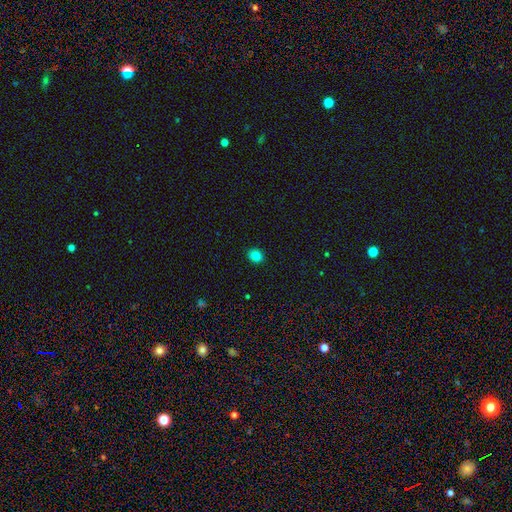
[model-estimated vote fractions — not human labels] smooth_or_featured: smooth (p=0.84) [alt: star or artifact p=0.13]
how_rounded: round (p=0.65) [alt: in between p=0.34]
merging: none (p=0.90) [alt: minor disturbance p=0.07]